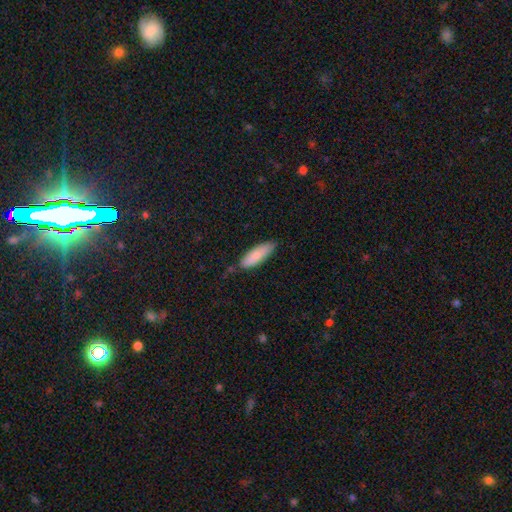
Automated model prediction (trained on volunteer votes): This is clearly a smooth galaxy (83%). How rounded: possibly in between (56%). Merging: likely none (76%).